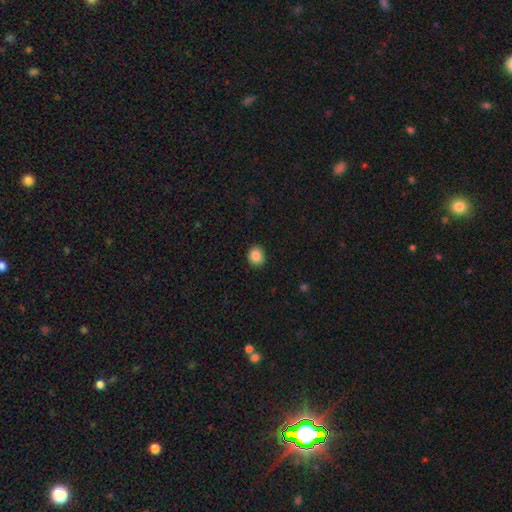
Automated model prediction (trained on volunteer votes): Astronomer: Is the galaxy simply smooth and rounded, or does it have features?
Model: smooth — 86%.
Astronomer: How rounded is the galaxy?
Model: round — 75%.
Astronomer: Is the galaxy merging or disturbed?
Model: none — 90%.